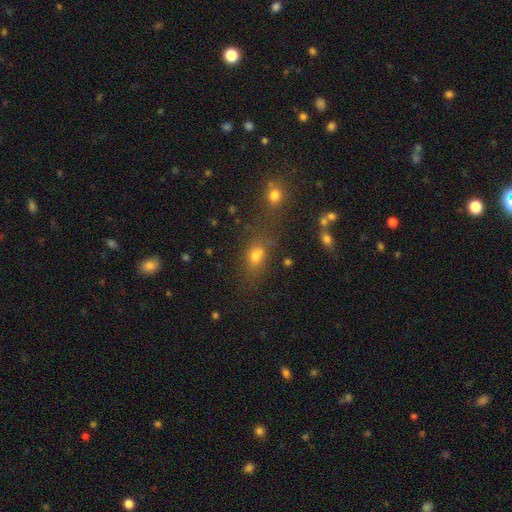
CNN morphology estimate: type=smooth (68%); roundness=in between (63%); merging=none (49%).